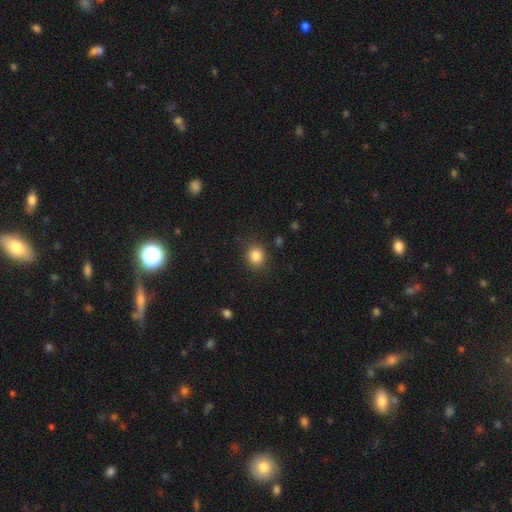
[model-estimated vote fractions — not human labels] This is clearly a smooth galaxy (84%). How rounded: likely round (74%). Merging: clearly none (87%).